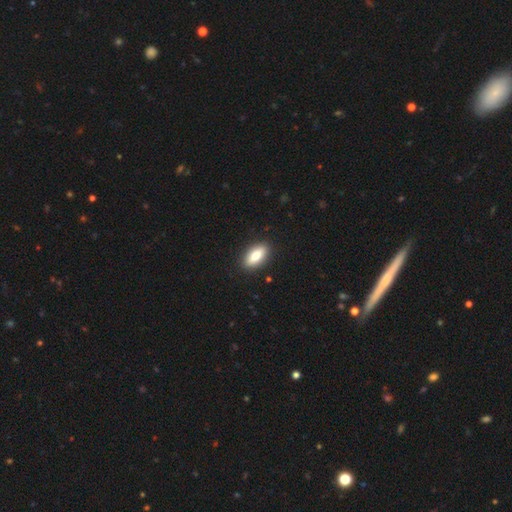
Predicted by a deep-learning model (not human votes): Smooth or featured? smooth (78%)
How rounded? in between (84%)
Merging? none (89%)